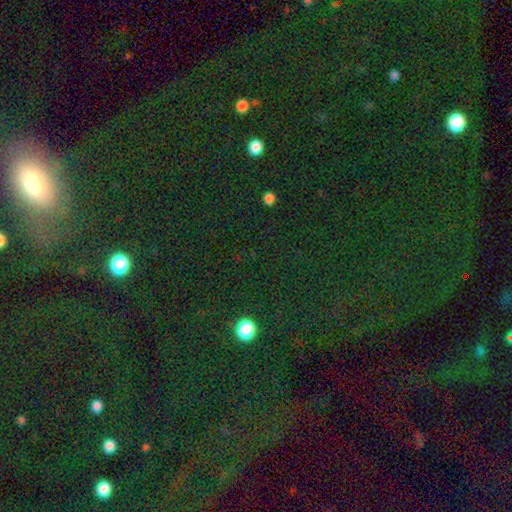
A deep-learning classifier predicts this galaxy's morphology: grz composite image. It shows a star or artifact, not a galaxy (77%).